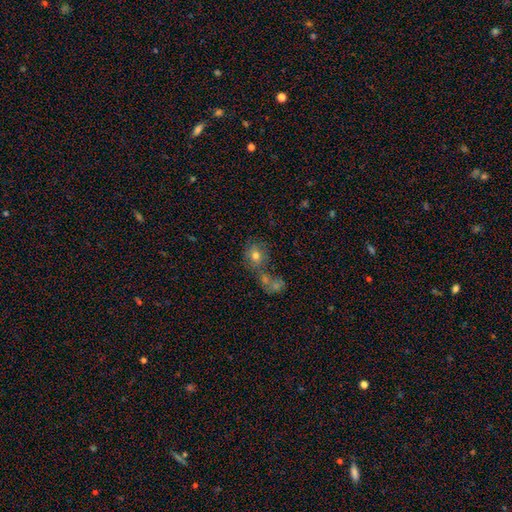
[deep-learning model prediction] Q: Smooth or featured?
A: smooth (72%); runner-up: featured or disk (16%)
Q: How rounded?
A: round (78%); runner-up: in between (21%)
Q: Merging?
A: none (46%); runner-up: merger (34%)